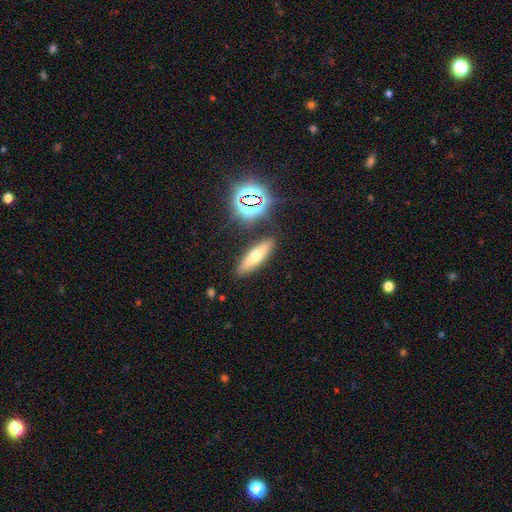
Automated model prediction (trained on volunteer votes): smooth 50%, featured or disk 31%, star or artifact 19%. Down the decision tree: merging — none (87%).